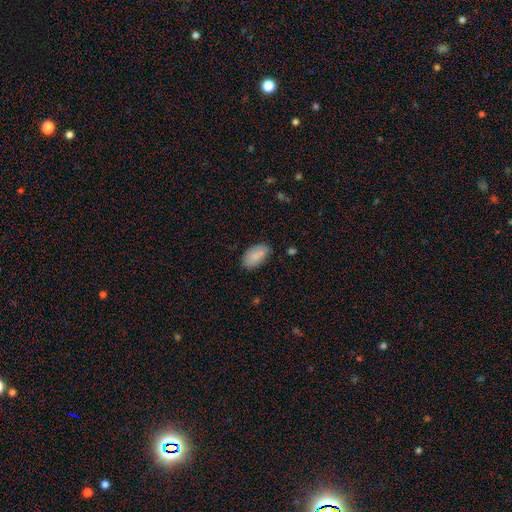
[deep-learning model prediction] smooth_or_featured: smooth (p=0.85) [alt: featured or disk p=0.08]
how_rounded: in between (p=0.94) [alt: round p=0.05]
merging: none (p=0.73) [alt: minor disturbance p=0.20]